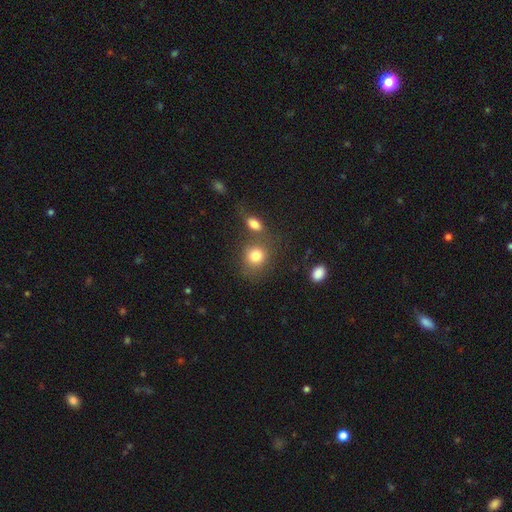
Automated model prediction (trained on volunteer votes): Overall: smooth (81%). How rounded: round (71%). Merging: none (58%; merger 24%).